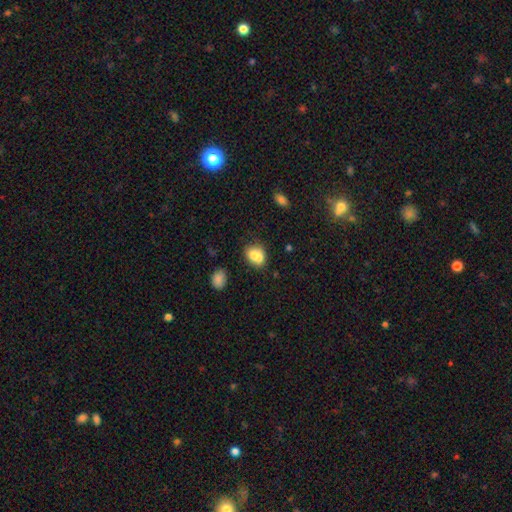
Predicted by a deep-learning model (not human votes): This appears to be a smooth galaxy with no disk features (75%) that is in between round and cigar-shaped (53%). Merging: merger (42%).